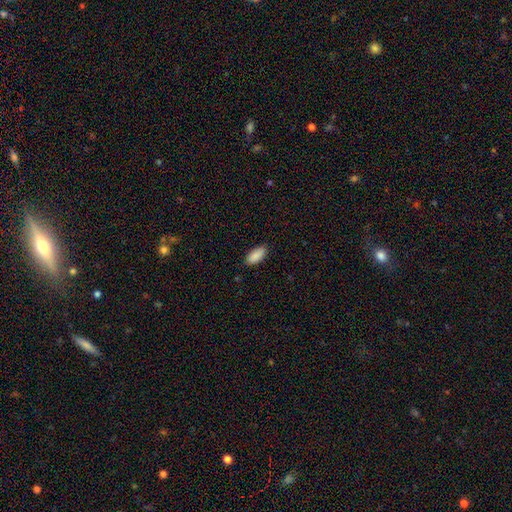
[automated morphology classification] smooth-or-featured: smooth: 89% | star or artifact: 6% | featured or disk: 5%
  how-rounded: in between: 90% | cigar-shaped: 8% | round: 2%
  merging: none: 86% | minor disturbance: 11% | major disturbance: 2% | merger: 1%